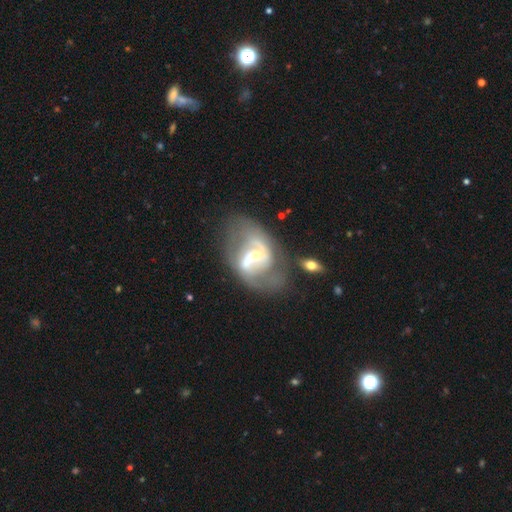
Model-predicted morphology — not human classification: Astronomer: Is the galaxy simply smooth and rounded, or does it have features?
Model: featured or disk — 83%.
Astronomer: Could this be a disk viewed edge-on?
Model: no — 97%.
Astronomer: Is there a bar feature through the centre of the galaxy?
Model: weak — 44% (runner-up: no, 36%).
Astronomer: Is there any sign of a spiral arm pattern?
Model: yes — 87%.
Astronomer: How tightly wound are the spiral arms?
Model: medium — 47% (runner-up: loose, 35%).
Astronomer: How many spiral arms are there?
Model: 2 — 79%.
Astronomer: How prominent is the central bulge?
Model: small — 55% (runner-up: moderate, 36%).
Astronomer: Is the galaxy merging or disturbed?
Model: none — 44% (runner-up: major disturbance, 20%).